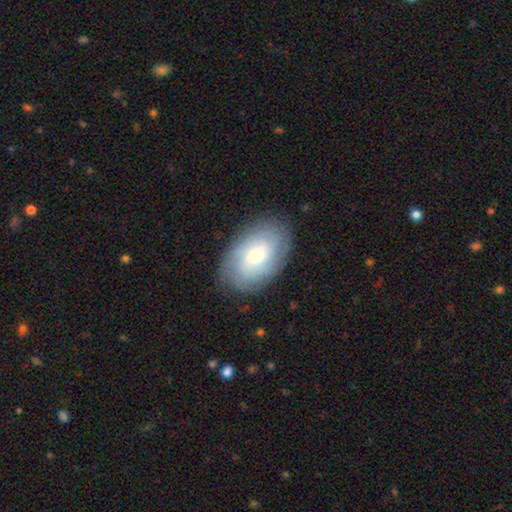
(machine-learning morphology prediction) Smooth or featured: featured or disk — 48% (smooth — 44%)
Merging: none — 82% (minor disturbance — 13%)